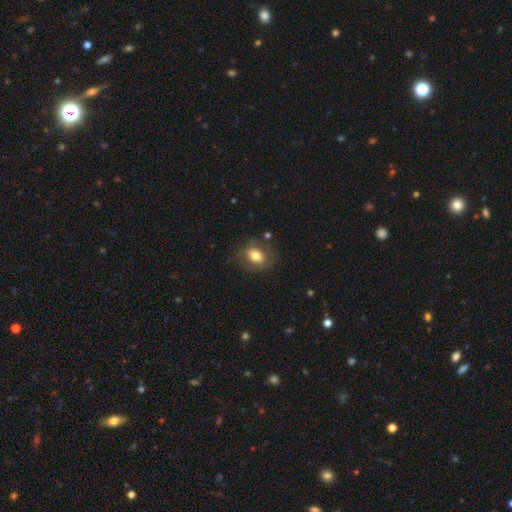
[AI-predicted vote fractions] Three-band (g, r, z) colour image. It shows a smooth galaxy with no disk features (75%) that is in between round and cigar-shaped (61%). Merging: none (75%).